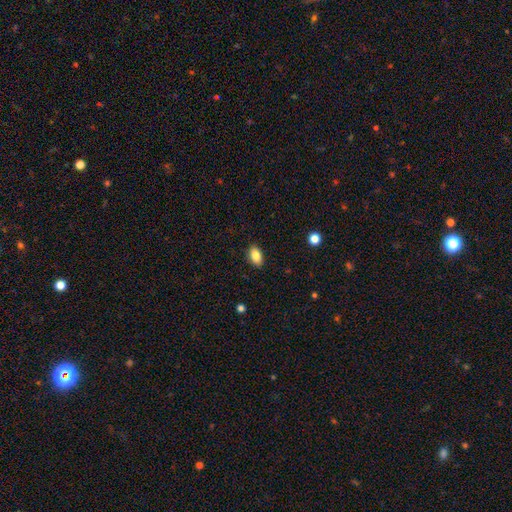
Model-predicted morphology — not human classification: smooth 85%, star or artifact 8%, featured or disk 7%. Down the decision tree: how rounded — in between (90%); merging — none (88%).